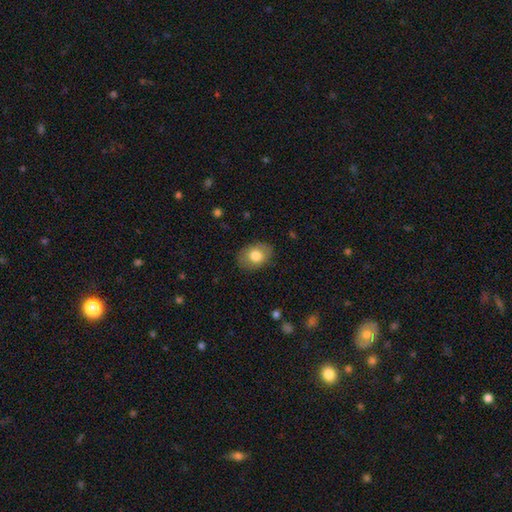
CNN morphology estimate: Overall: smooth (79%). How rounded: in between (69%; round 30%). Merging: none (85%).